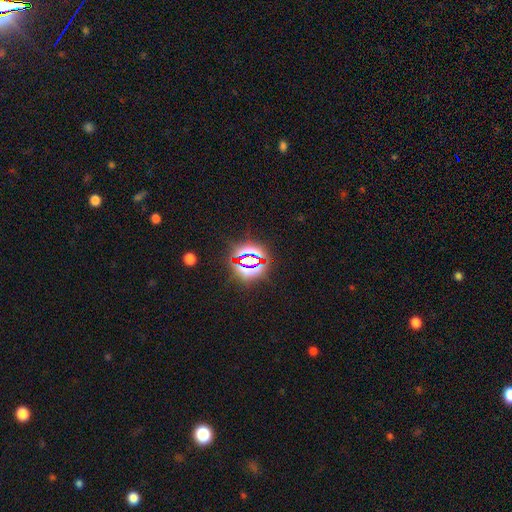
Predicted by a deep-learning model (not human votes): Morphology: type=star or artifact (76%).